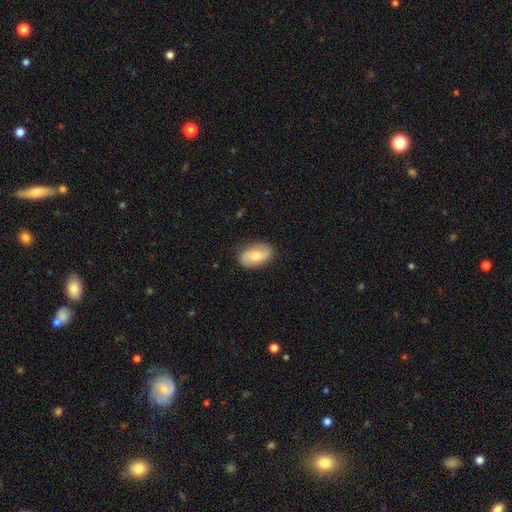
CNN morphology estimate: type=smooth (51%); roundness=in between (90%); merging=none (84%).